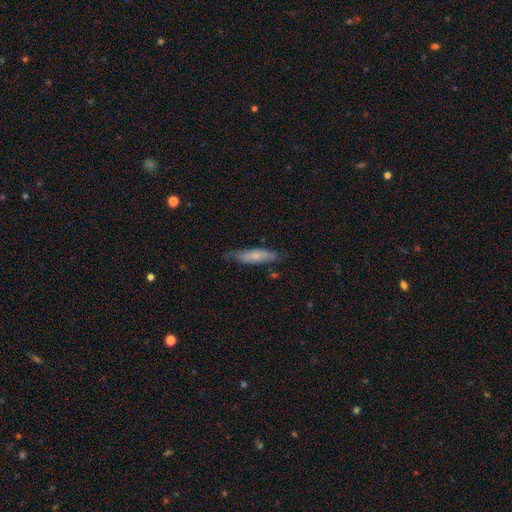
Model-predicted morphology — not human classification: Overall: smooth (63%; featured or disk 32%). How rounded: cigar-shaped (68%; in between 30%). Merging: none (66%).